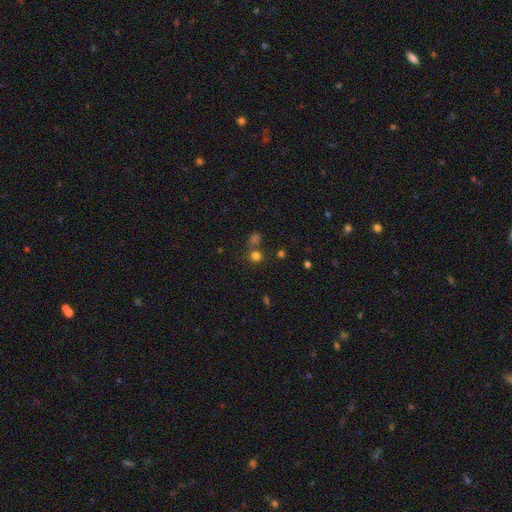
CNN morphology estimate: smooth-or-featured: smooth: 70% | star or artifact: 24% | featured or disk: 6%
  how-rounded: round: 90% | in between: 9% | cigar-shaped: 1%
  merging: none: 68% | merger: 20% | minor disturbance: 8% | major disturbance: 4%